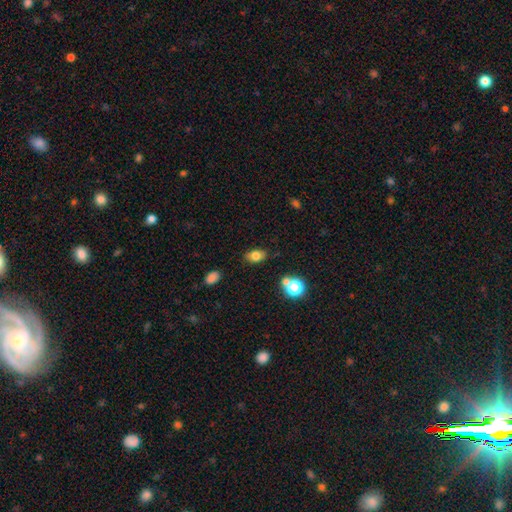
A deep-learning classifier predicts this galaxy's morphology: smooth-or-featured: smooth: 77% | star or artifact: 12% | featured or disk: 11%
  how-rounded: in between: 84% | round: 13% | cigar-shaped: 3%
  merging: none: 80% | minor disturbance: 13% | merger: 3% | major disturbance: 3%